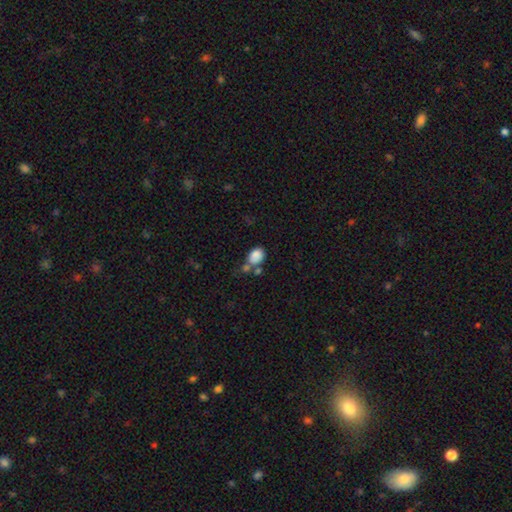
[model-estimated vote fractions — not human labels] Smooth or featured? Predicted: smooth (p=0.83). How rounded? Predicted: in between (p=0.70). Merging? Predicted: none (p=0.42).